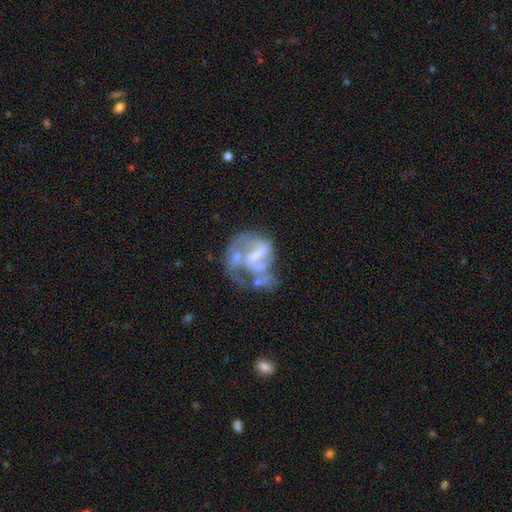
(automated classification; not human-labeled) Q: Smooth or featured?
A: featured or disk (75%); runner-up: smooth (16%)
Q: Edge-on disk?
A: no (98%); runner-up: yes (2%)
Q: Bar?
A: no (41%); runner-up: weak (40%)
Q: Spiral arms?
A: yes (63%); runner-up: no (37%)
Q: Bulge size?
A: none (38%); runner-up: small (28%)
Q: Merging?
A: major disturbance (38%); runner-up: none (26%)